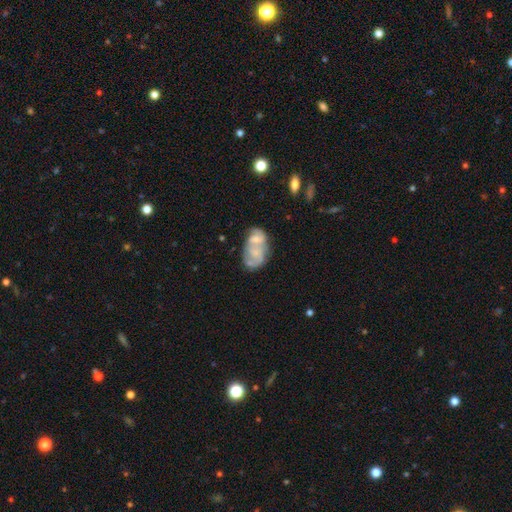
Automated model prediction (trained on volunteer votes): Morphology: type=featured or disk (53%); edge-on=no (97%); bar=no (80%); spiral arms=no (61%); bulge=none (42%); merging=merger (45%).